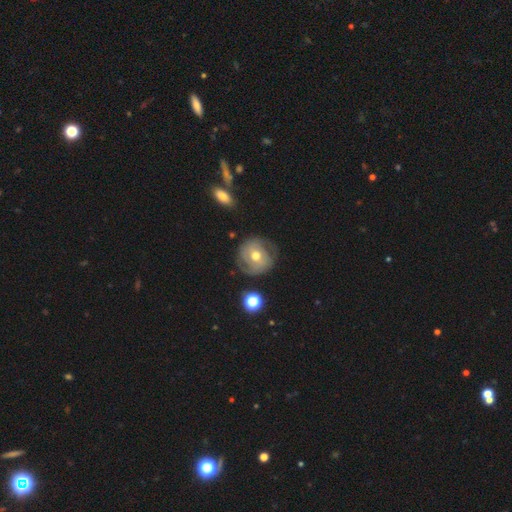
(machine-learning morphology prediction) Smooth or featured? Predicted: featured or disk (p=0.61). Edge-on disk? Predicted: no (p=0.97). Bar? Predicted: no (p=0.66). Spiral arms? Predicted: yes (p=0.74). Bulge size? Predicted: moderate (p=0.74). Merging? Predicted: none (p=0.69).